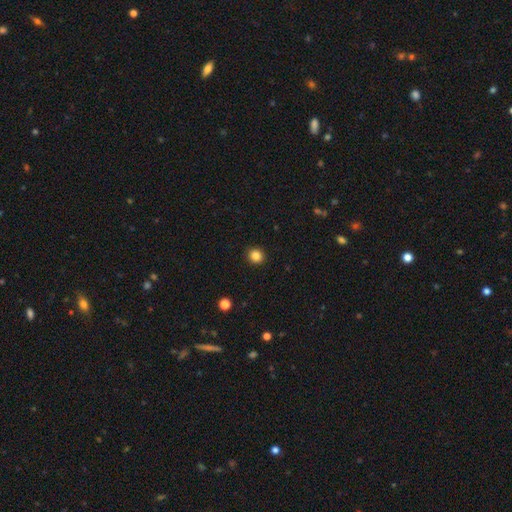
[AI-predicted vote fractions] A smooth galaxy with no disk features (85%) that is round (89%). Merging: none (92%).